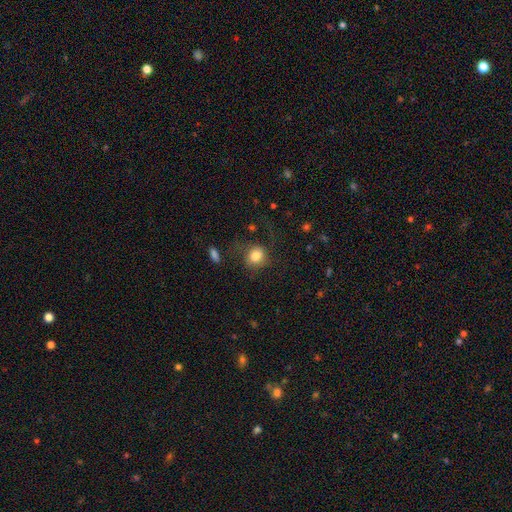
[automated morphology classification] Smooth or featured?
  - smooth: 81% *
  - star or artifact: 9%
  - featured or disk: 9%
How rounded?
  - round: 76% *
  - in between: 23%
  - cigar-shaped: 1%
Merging?
  - none: 58% *
  - major disturbance: 20%
  - minor disturbance: 19%
  - merger: 3%